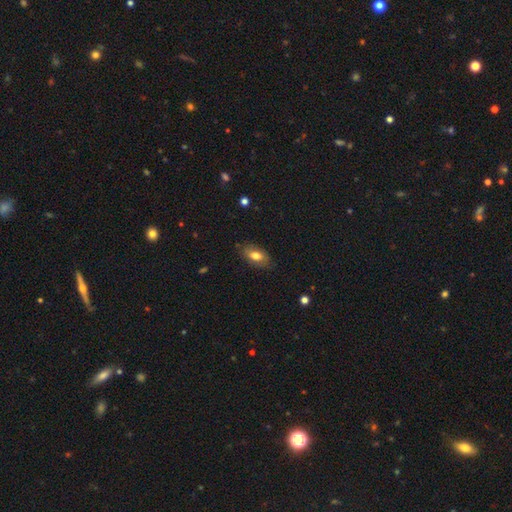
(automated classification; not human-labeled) smooth_or_featured: smooth (p=0.75) [alt: featured or disk p=0.17]
how_rounded: in between (p=0.88) [alt: round p=0.06]
merging: none (p=0.81) [alt: minor disturbance p=0.15]